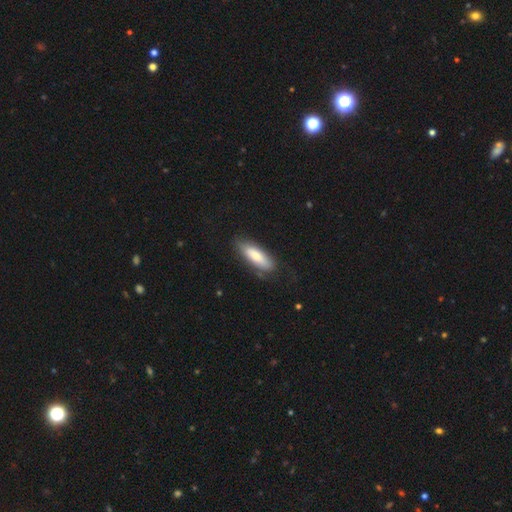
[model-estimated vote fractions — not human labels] Smooth or featured?
  - smooth: 72% *
  - featured or disk: 23%
  - star or artifact: 6%
How rounded?
  - in between: 60% *
  - cigar-shaped: 38%
  - round: 2%
Merging?
  - none: 77% *
  - minor disturbance: 17%
  - major disturbance: 4%
  - merger: 2%